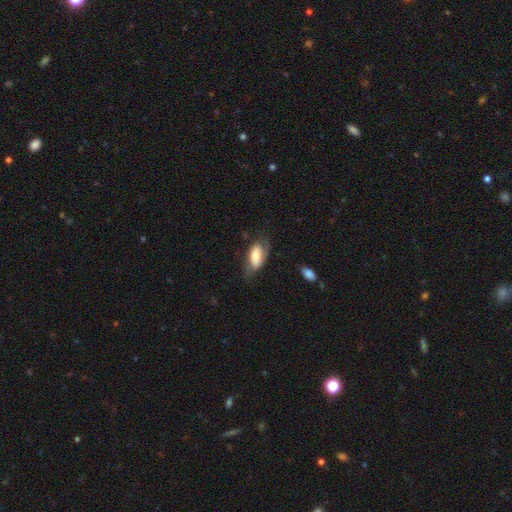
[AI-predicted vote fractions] Smooth or featured? Predicted: smooth (p=0.61). How rounded? Predicted: in between (p=0.88). Merging? Predicted: none (p=0.52).